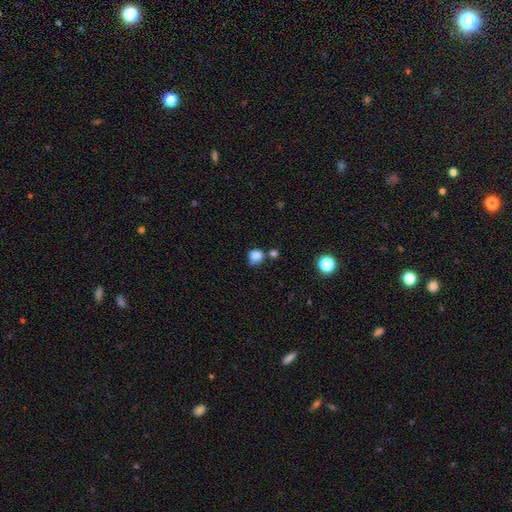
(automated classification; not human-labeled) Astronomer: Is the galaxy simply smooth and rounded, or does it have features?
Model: smooth — 83%.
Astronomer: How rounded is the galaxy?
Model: round — 76%.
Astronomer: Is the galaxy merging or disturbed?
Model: none — 54%.